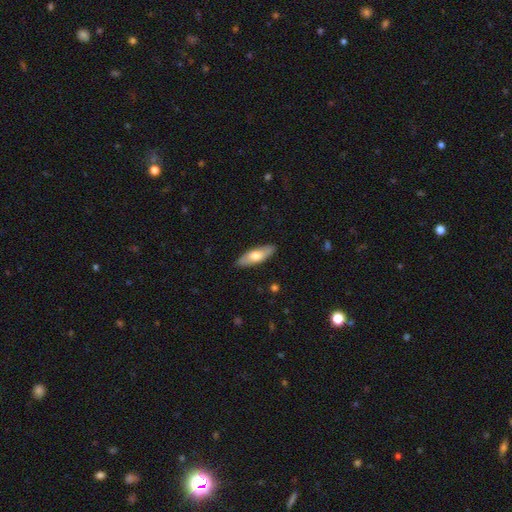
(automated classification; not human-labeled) Q: Smooth or featured?
A: smooth (61%); runner-up: featured or disk (34%)
Q: How rounded?
A: in between (61%); runner-up: cigar-shaped (37%)
Q: Merging?
A: none (87%); runner-up: minor disturbance (10%)